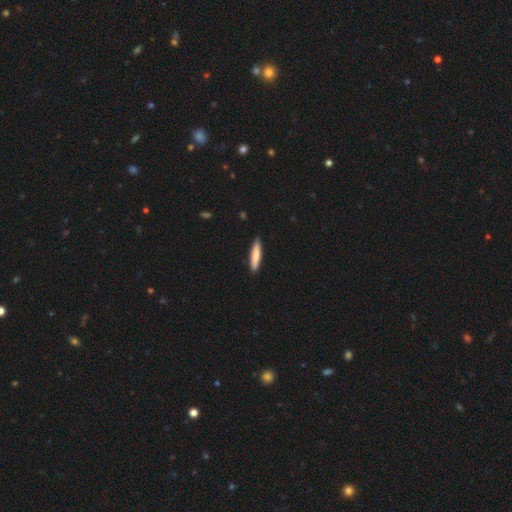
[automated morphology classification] A smooth galaxy with no disk features (81%) that is cigar-shaped (85%). Merging: none (89%).